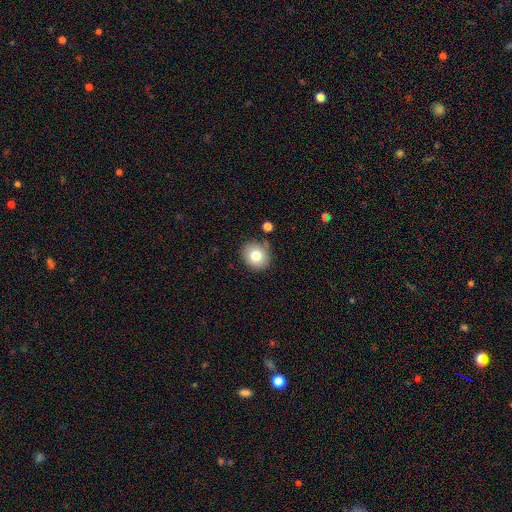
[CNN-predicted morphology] A smooth galaxy with no disk features (78%) that is round (78%).

Vote fractions:
- Smooth or featured? smooth: 78% / featured or disk: 12% / star or artifact: 10%
- How rounded? round: 78% / in between: 21% / cigar-shaped: 1%
- Merging? none: 81% / minor disturbance: 12% / merger: 4% / major disturbance: 3%